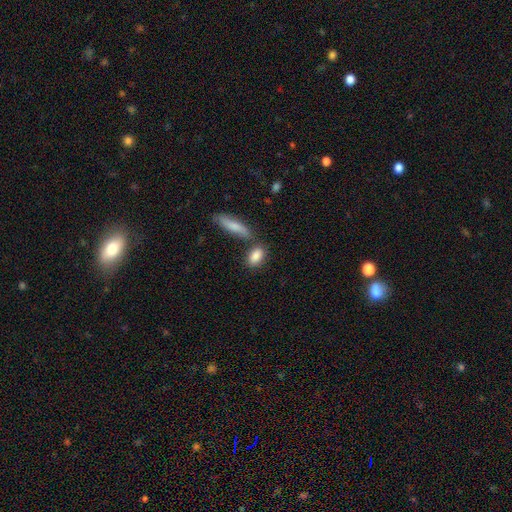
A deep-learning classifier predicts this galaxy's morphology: The model was most divided on "merging": none: 63%, merger: 20%, minor disturbance: 13%, major disturbance: 4%. More confident: smooth or featured — smooth (85%); how rounded — in between (82%).